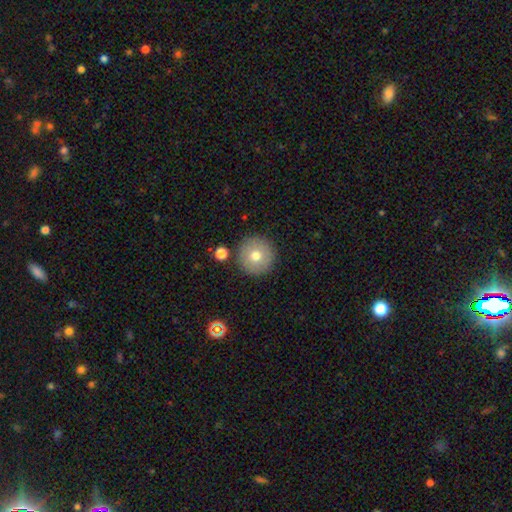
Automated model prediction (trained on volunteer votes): This appears to be a smooth galaxy with no disk features (74%) that is round (97%). Merging: none (88%).